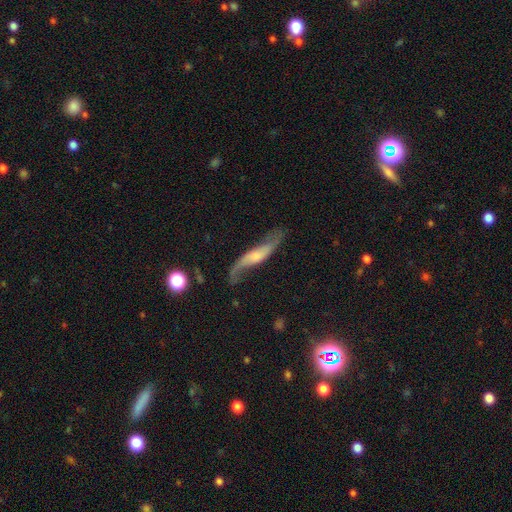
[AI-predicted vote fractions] Morphology: type=featured or disk (74%); edge-on=no (69%); bar=no (57%); spiral arms=yes (90%); bulge=small (47%); merging=none (61%).